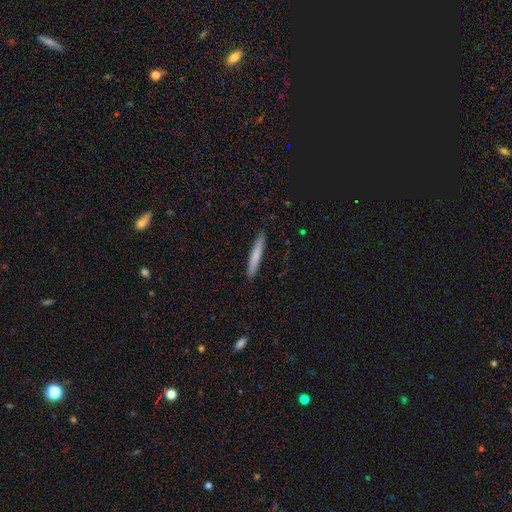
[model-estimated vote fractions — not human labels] Smooth or featured? smooth (73%)
How rounded? cigar-shaped (95%)
Merging? none (91%)